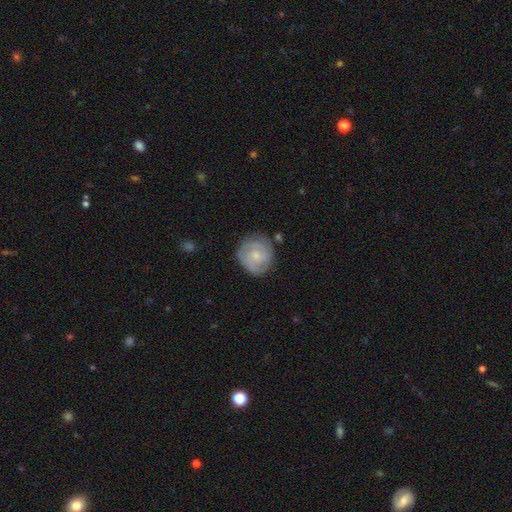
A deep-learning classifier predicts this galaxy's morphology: Smooth or featured?
  - featured or disk: 63% *
  - smooth: 31%
  - star or artifact: 6%
Edge-on disk?
  - no: 98% *
  - yes: 2%
Bar?
  - no: 68% *
  - weak: 28%
  - strong: 4%
Spiral arms?
  - yes: 90% *
  - no: 10%
Spiral winding?
  - tight: 61% *
  - medium: 31%
  - loose: 8%
Spiral arm count?
  - 2: 38% *
  - can't tell: 25%
  - 3: 24%
  - 4: 5%
  - 1: 4%
  - more than 4: 3%
Bulge size?
  - small: 66% *
  - moderate: 25%
  - none: 6%
  - large: 2%
  - dominant: 1%
Merging?
  - none: 76% *
  - minor disturbance: 17%
  - major disturbance: 5%
  - merger: 2%